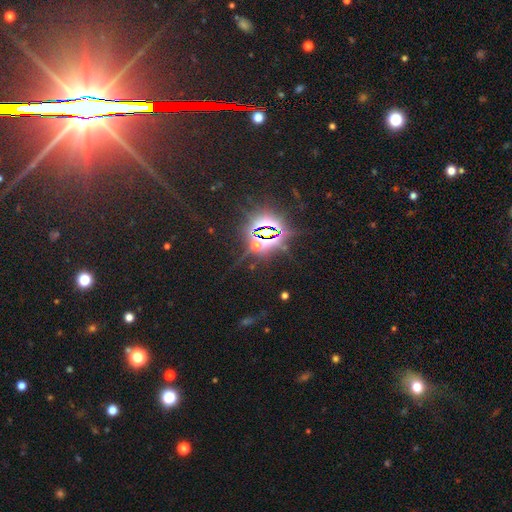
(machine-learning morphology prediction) Smooth or featured?
  - star or artifact: 81% *
  - featured or disk: 10%
  - smooth: 9%